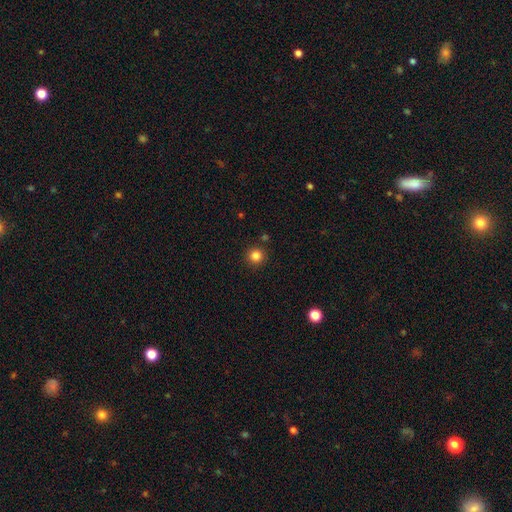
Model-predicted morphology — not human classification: type=smooth (84%); roundness=round (95%); merging=none (90%).